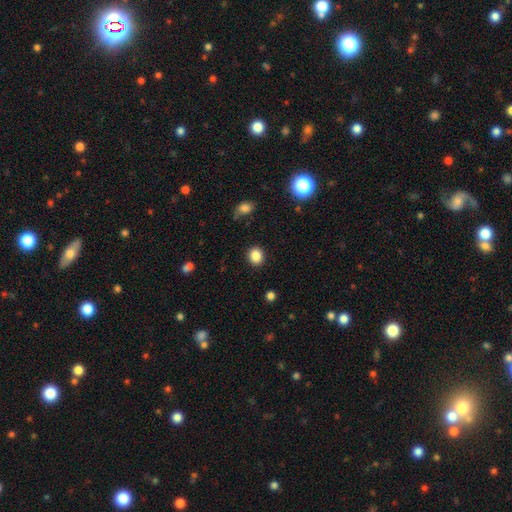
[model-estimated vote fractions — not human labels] A smooth galaxy with no disk features (86%) that is round (69%). Merging: none (88%).